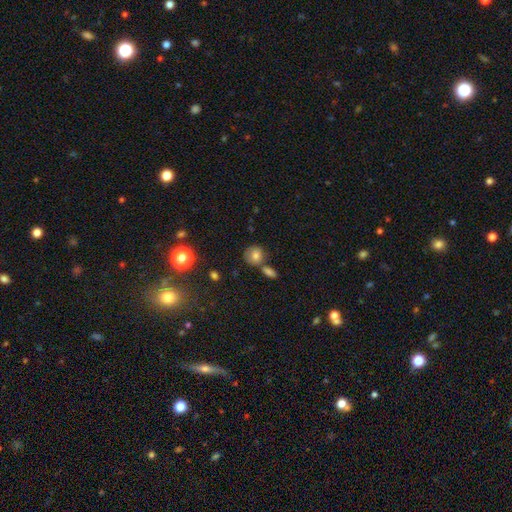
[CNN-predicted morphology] smooth-or-featured: smooth: 78% | star or artifact: 12% | featured or disk: 10%
  how-rounded: round: 81% | in between: 17% | cigar-shaped: 1%
  merging: none: 60% | merger: 22% | minor disturbance: 13% | major disturbance: 4%